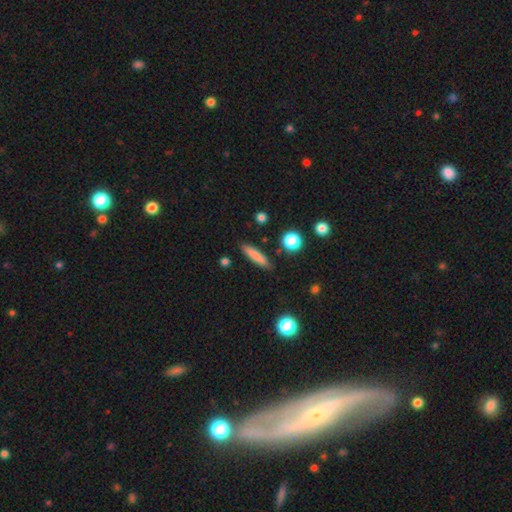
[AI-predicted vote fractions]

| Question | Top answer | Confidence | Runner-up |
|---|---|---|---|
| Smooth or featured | smooth | 79% | featured or disk (13%) |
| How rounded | cigar-shaped | 84% | in between (13%) |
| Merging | none | 86% | minor disturbance (9%) |